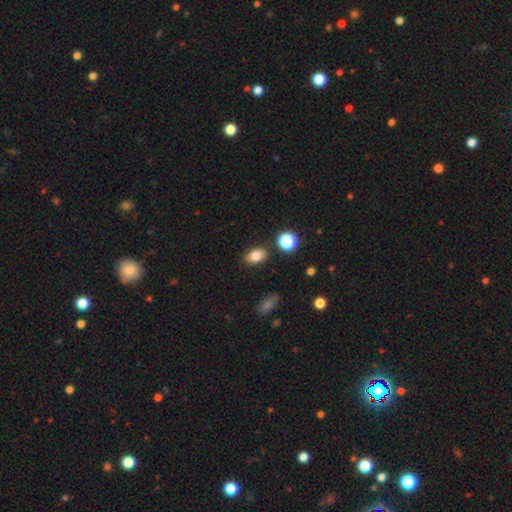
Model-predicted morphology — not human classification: Overall: smooth (80%). How rounded: in between (82%). Merging: none (84%).